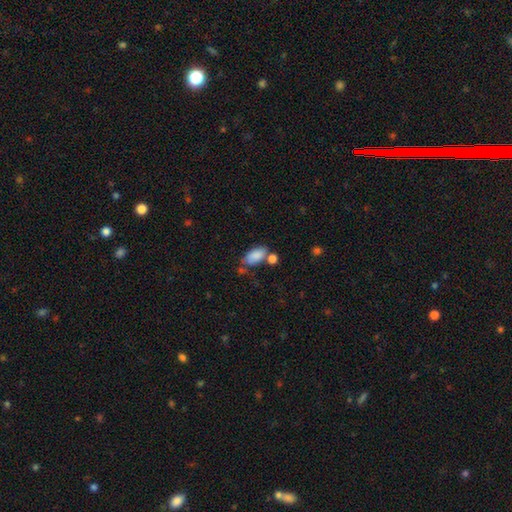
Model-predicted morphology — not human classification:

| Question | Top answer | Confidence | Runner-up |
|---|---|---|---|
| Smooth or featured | smooth | 85% | star or artifact (7%) |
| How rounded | in between | 92% | cigar-shaped (4%) |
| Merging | none | 55% | merger (20%) |